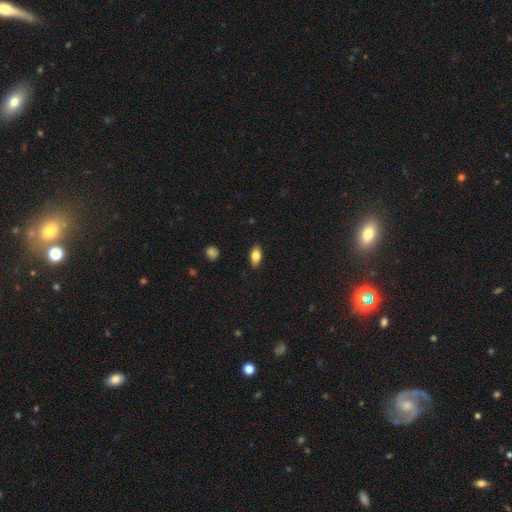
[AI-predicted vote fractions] Smooth or featured? smooth (80%)
How rounded? in between (90%)
Merging? none (88%)